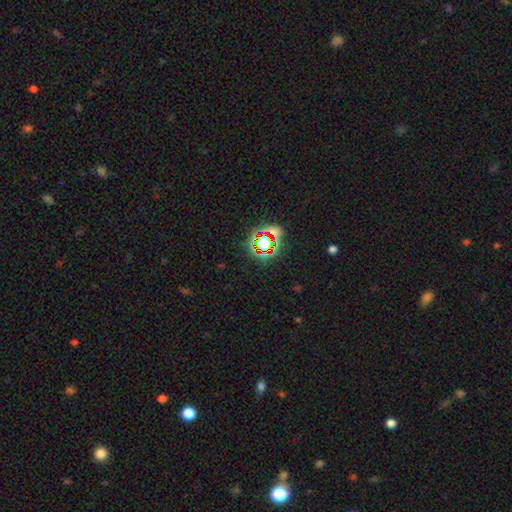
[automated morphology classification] Smooth or featured: star or artifact — 70% (smooth — 20%)